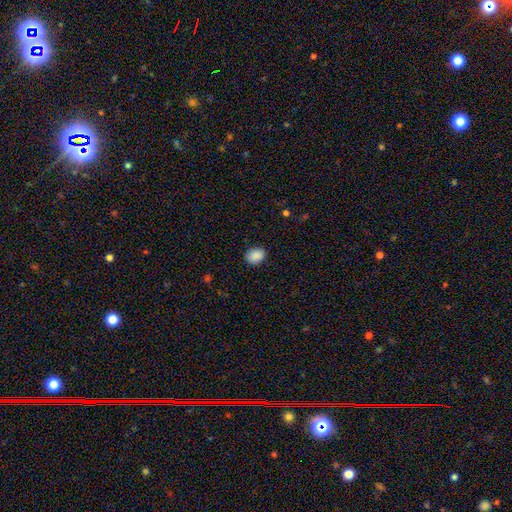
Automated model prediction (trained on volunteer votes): The model was most divided on "how rounded": in between: 65%, round: 34%, cigar-shaped: 1%. More confident: smooth or featured — smooth (89%); merging — none (85%).